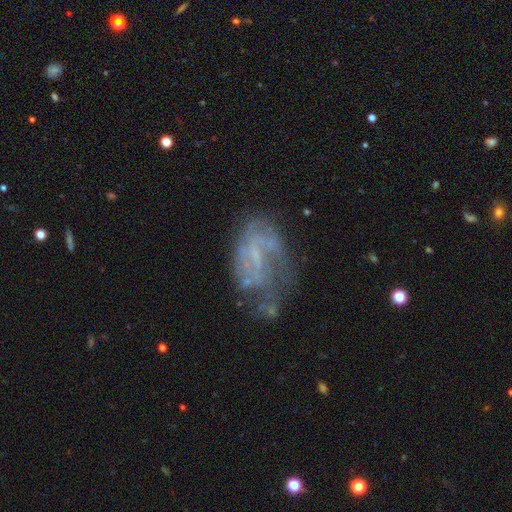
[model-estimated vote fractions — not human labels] Smooth or featured? featured or disk (65%)
Edge-on disk? no (97%)
Bar? no (51%)
Spiral arms? yes (55%)
Bulge size? none (60%)
Merging? none (38%)